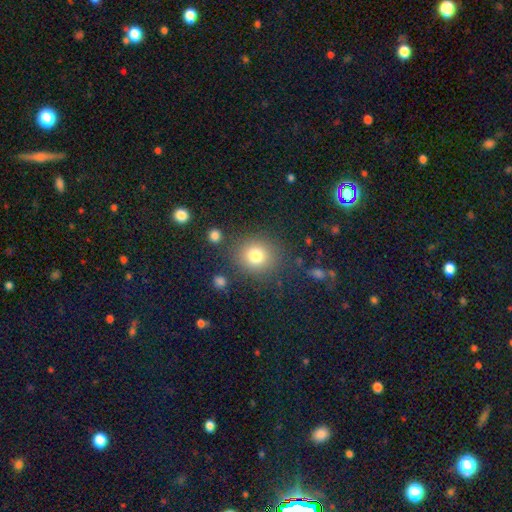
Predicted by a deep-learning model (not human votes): smooth-or-featured: smooth: 79% | star or artifact: 13% | featured or disk: 8%
  how-rounded: round: 84% | in between: 15% | cigar-shaped: 1%
  merging: none: 83% | minor disturbance: 9% | major disturbance: 4% | merger: 4%